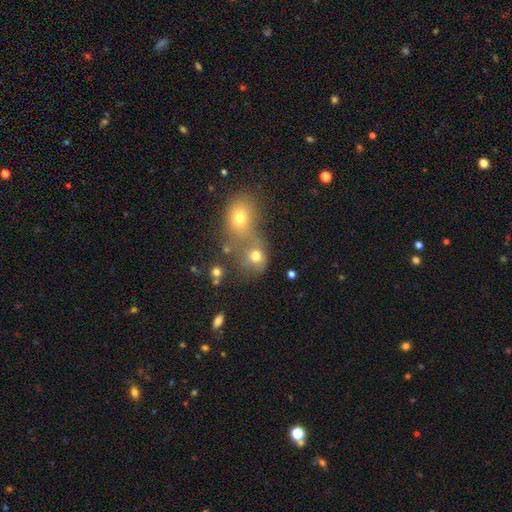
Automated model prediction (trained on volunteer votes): smooth-or-featured: smooth: 70% | star or artifact: 16% | featured or disk: 14%
  how-rounded: round: 61% | in between: 38% | cigar-shaped: 1%
  merging: merger: 57% | none: 27% | minor disturbance: 8% | major disturbance: 7%